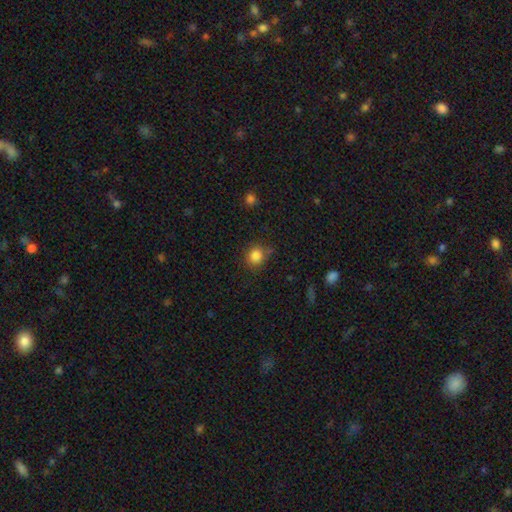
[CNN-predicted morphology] A smooth galaxy with no disk features (84%) that is round (86%).

Vote fractions:
- Smooth or featured? smooth: 84% / star or artifact: 11% / featured or disk: 5%
- How rounded? round: 86% / in between: 13% / cigar-shaped: 1%
- Merging? none: 74% / minor disturbance: 17% / major disturbance: 4% / merger: 4%